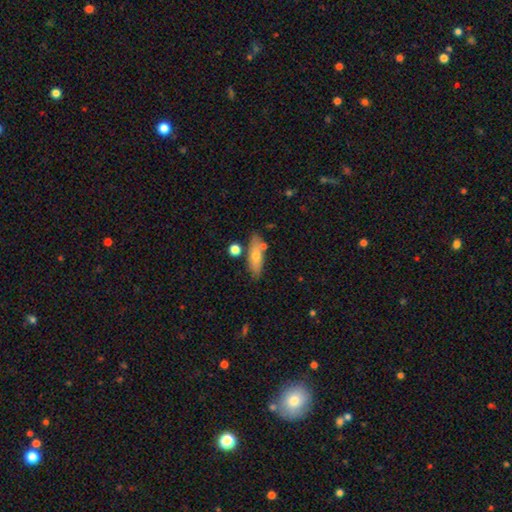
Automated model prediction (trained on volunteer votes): smooth 66%, featured or disk 26%, star or artifact 7%. Down the decision tree: how rounded — in between (49%); merging — none (75%).